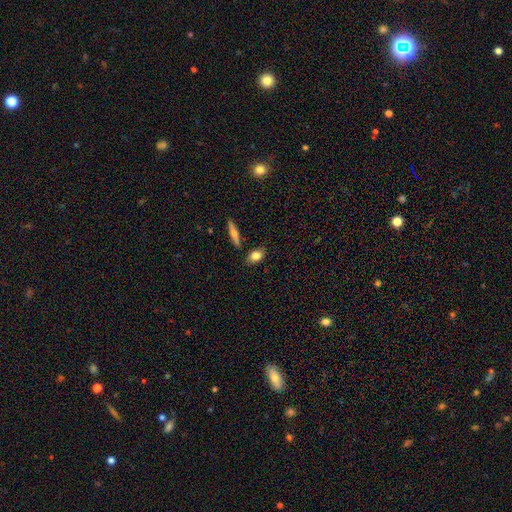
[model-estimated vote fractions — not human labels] smooth_or_featured: smooth (p=0.81) [alt: featured or disk p=0.12]
how_rounded: in between (p=0.78) [alt: round p=0.15]
merging: none (p=0.78) [alt: minor disturbance p=0.14]